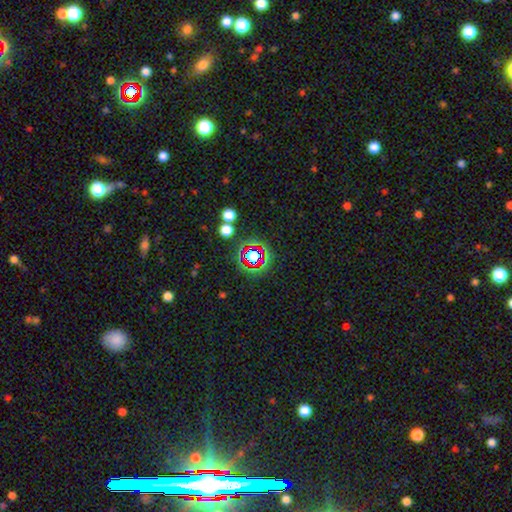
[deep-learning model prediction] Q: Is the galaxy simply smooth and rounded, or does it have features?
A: star or artifact — 62%.